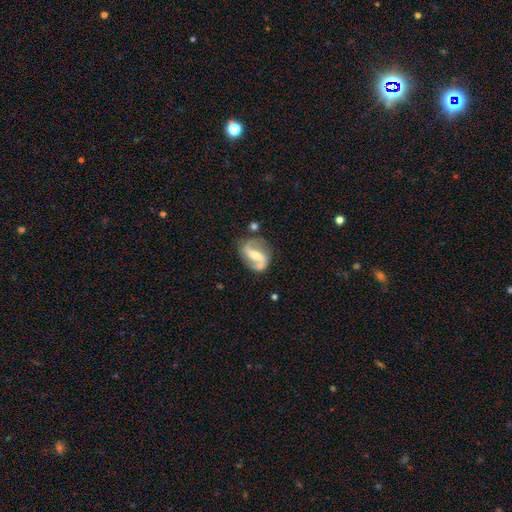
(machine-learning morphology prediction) Smooth or featured: featured or disk — 84% (smooth — 11%)
Edge-on disk: no — 96% (yes — 4%)
Bar: strong — 53% (weak — 30%)
Spiral arms: yes — 93% (no — 7%)
Spiral winding: loose — 48% (medium — 39%)
Spiral arm count: 2 — 91% (can't tell — 3%)
Bulge size: moderate — 48% (small — 43%)
Merging: none — 71% (minor disturbance — 17%)